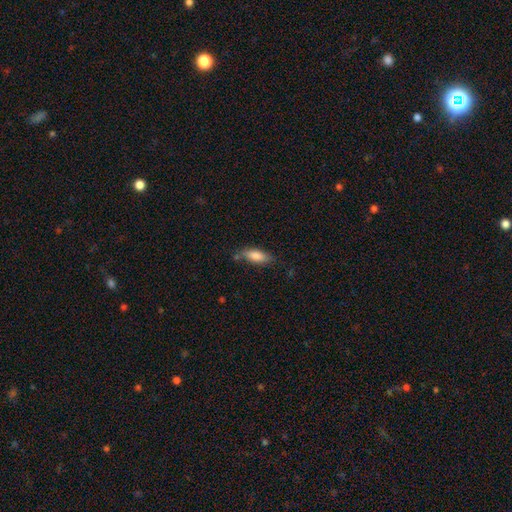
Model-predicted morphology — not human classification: Smooth or featured?
  - smooth: 82% *
  - featured or disk: 11%
  - star or artifact: 7%
How rounded?
  - in between: 70% *
  - cigar-shaped: 28%
  - round: 2%
Merging?
  - none: 69% *
  - minor disturbance: 20%
  - merger: 6%
  - major disturbance: 5%